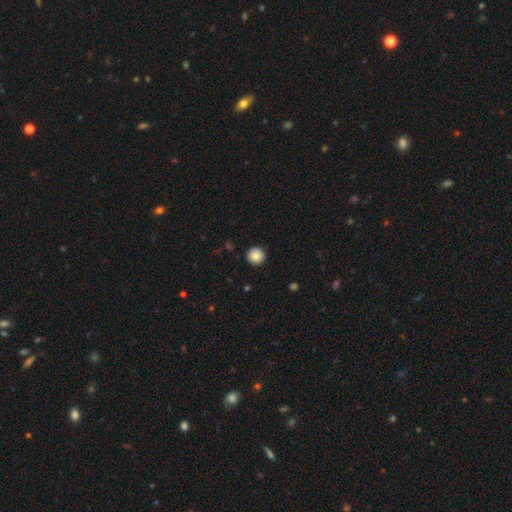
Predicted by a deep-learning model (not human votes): Overall: smooth (87%). How rounded: round (96%). Merging: none (91%).